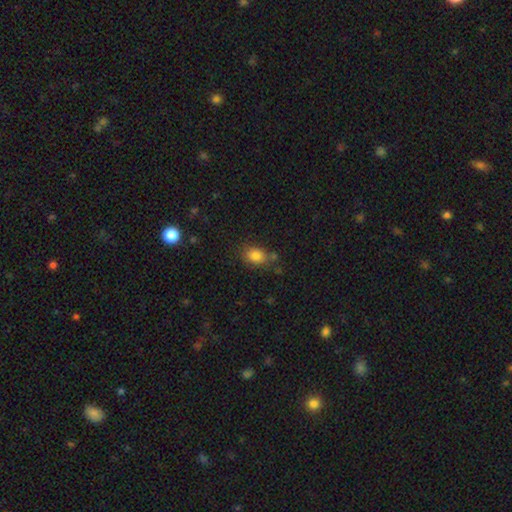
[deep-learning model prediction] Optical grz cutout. It shows a smooth galaxy with no disk features (84%) that is in between round and cigar-shaped (71%). Merging: none (69%).